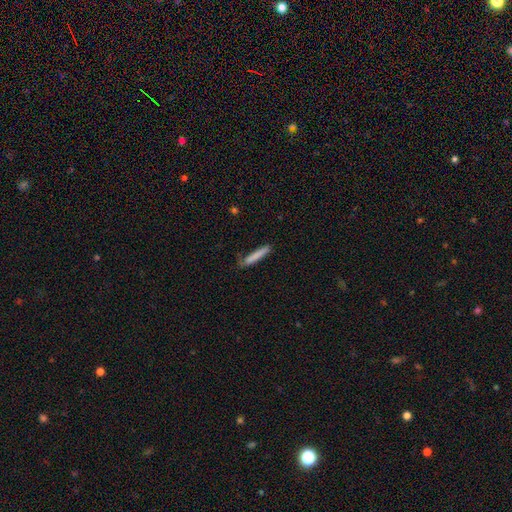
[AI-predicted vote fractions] Smooth or featured? Predicted: smooth (p=0.80). How rounded? Predicted: cigar-shaped (p=0.93). Merging? Predicted: none (p=0.71).